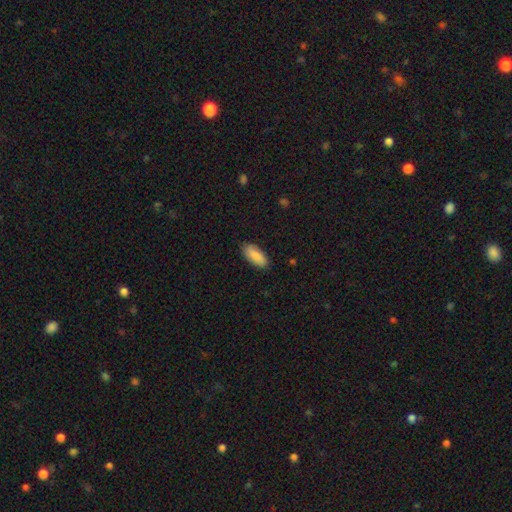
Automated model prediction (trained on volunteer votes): smooth_or_featured: smooth (p=0.89) [alt: featured or disk p=0.06]
how_rounded: in between (p=0.82) [alt: cigar-shaped p=0.16]
merging: none (p=0.86) [alt: minor disturbance p=0.11]